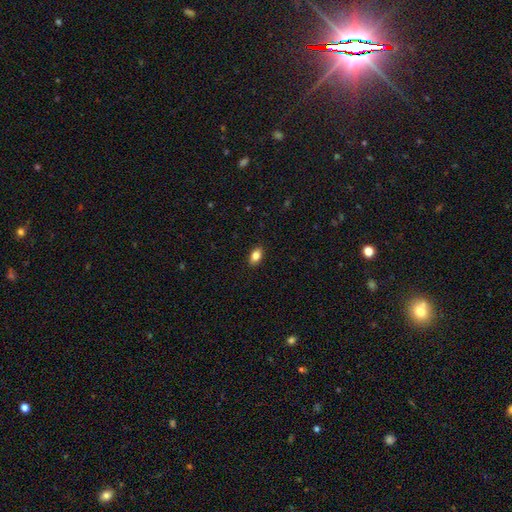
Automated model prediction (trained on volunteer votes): A smooth galaxy with no disk features (84%) that is in between round and cigar-shaped (86%). Merging: none (89%).